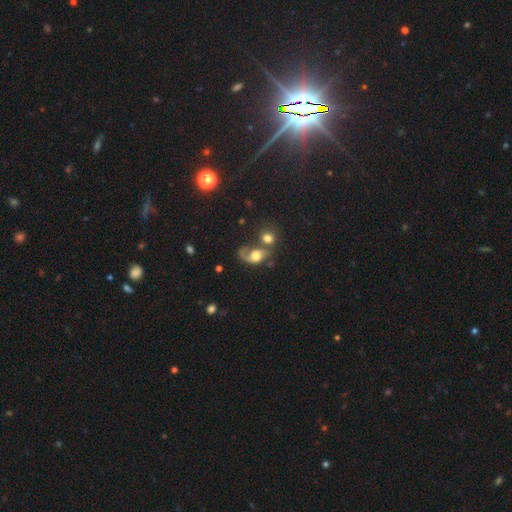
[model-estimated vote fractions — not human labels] The model was most divided on "bulge size": large: 43%, moderate: 40%, small: 7%, dominant: 6%, none: 4%. Remaining: edge-on disk — no (96%); spiral arms — yes (82%); bar — no (73%); smooth or featured — featured or disk (56%); merging — merger (38%).